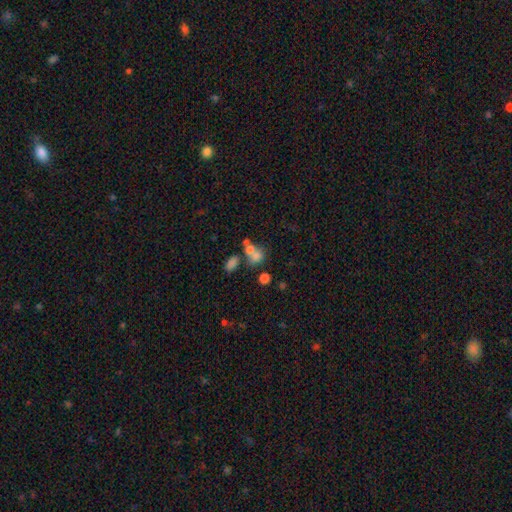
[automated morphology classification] type=smooth (69%); roundness=round (60%); merging=merger (49%).